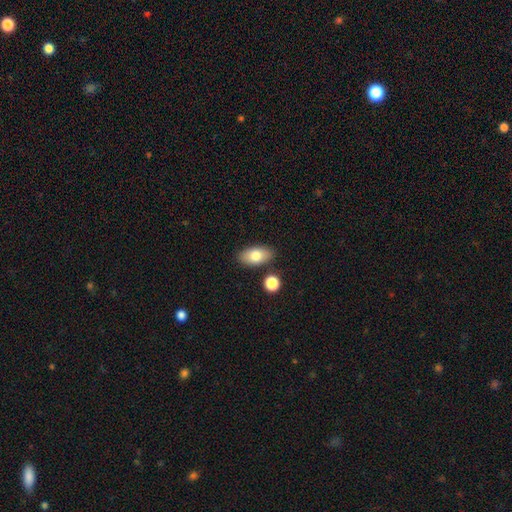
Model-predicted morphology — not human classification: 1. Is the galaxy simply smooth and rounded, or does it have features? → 79% smooth, 13% featured or disk, 7% star or artifact.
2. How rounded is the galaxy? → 91% in between, 5% round, 4% cigar-shaped.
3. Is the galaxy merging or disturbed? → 83% none, 10% minor disturbance, 5% merger, 2% major disturbance.